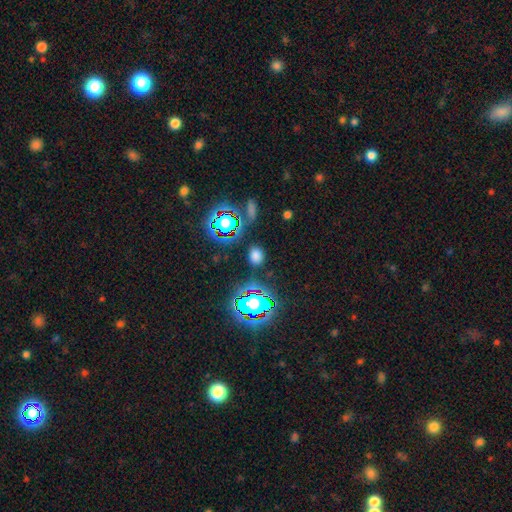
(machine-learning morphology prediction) smooth 66%, star or artifact 26%, featured or disk 7%. Down the decision tree: how rounded — round (54%); merging — none (84%).